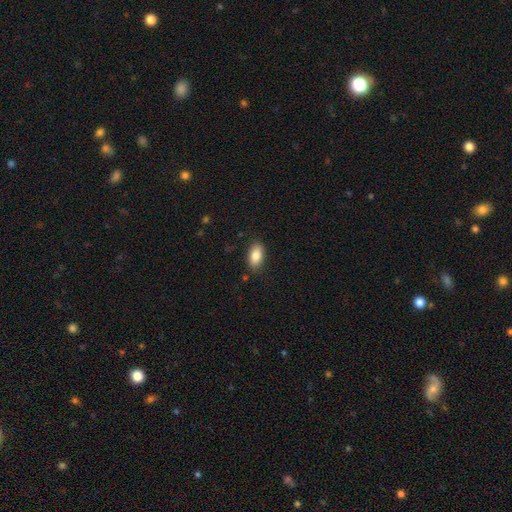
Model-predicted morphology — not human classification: This appears to be a smooth galaxy with no disk features (85%) that is in between round and cigar-shaped (90%). Merging: none (85%).